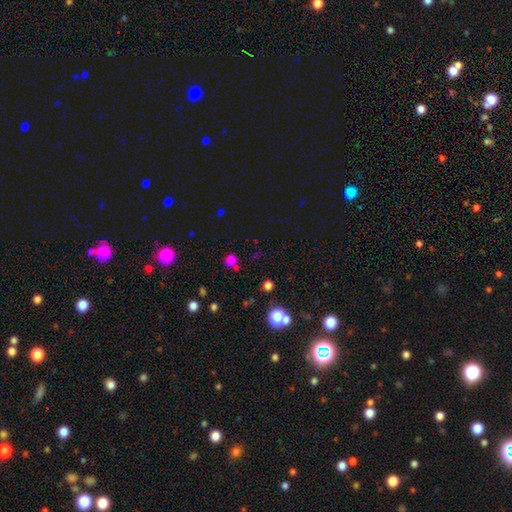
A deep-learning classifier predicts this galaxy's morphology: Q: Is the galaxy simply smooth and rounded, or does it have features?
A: smooth — 59%.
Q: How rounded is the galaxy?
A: round — 85%.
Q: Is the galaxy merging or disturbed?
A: none — 72%.